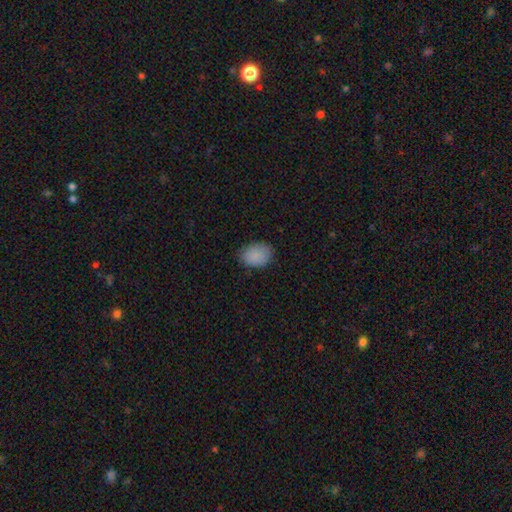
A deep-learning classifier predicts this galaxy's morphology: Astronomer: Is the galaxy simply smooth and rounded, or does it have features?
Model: smooth — 88%.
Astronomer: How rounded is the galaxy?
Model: in between — 75%.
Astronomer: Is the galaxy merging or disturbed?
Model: none — 80%.